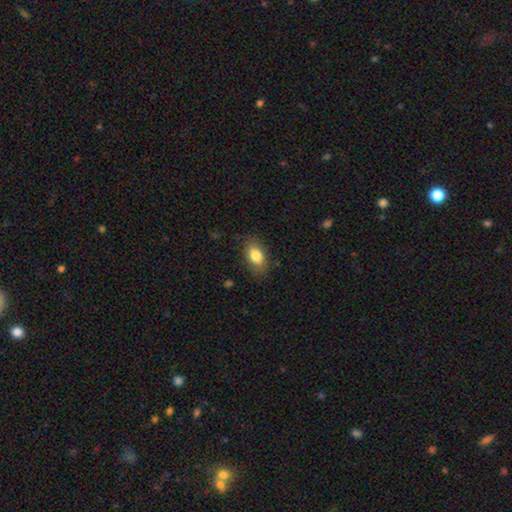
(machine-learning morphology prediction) smooth-or-featured: smooth: 81% | featured or disk: 11% | star or artifact: 7%
  how-rounded: in between: 89% | round: 8% | cigar-shaped: 3%
  merging: none: 81% | minor disturbance: 14% | major disturbance: 4% | merger: 1%